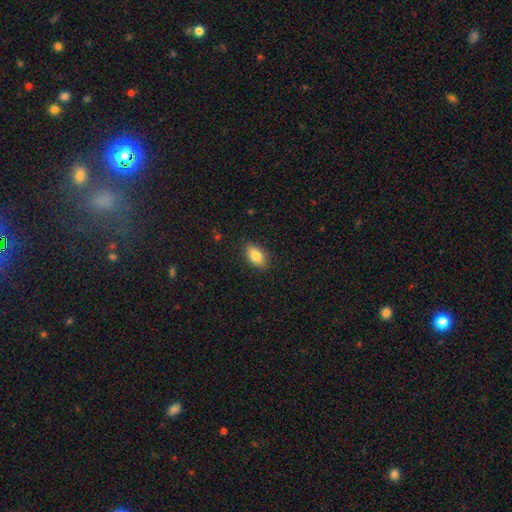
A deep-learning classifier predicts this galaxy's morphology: The model was most divided on "smooth or featured": smooth: 83%, featured or disk: 10%, star or artifact: 7%. More confident: how rounded — in between (89%); merging — none (88%).